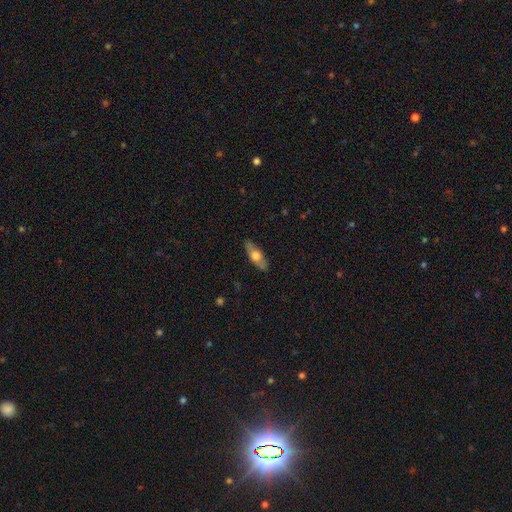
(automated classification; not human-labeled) Smooth or featured: smooth — 56% (featured or disk — 39%)
How rounded: in between — 60% (cigar-shaped — 37%)
Merging: none — 86% (minor disturbance — 10%)